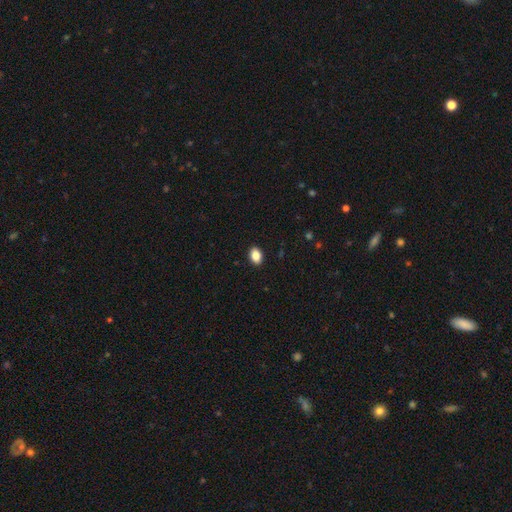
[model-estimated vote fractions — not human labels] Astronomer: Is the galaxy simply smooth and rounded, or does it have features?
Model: smooth — 87%.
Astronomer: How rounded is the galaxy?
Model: in between — 82%.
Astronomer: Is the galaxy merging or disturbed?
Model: none — 91%.